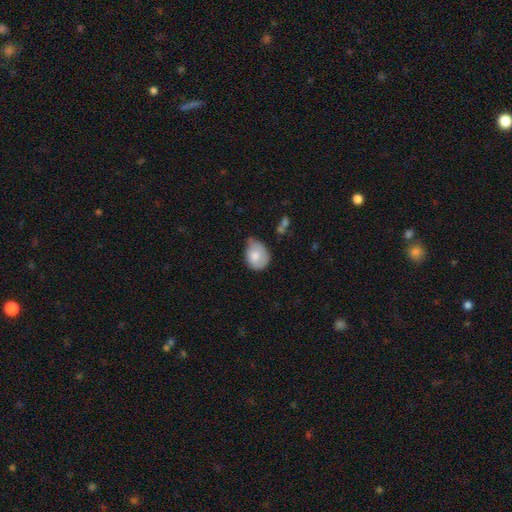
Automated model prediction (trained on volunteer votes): Smooth or featured? Predicted: smooth (p=0.76). How rounded? Predicted: in between (p=0.58). Merging? Predicted: minor disturbance (p=0.46).